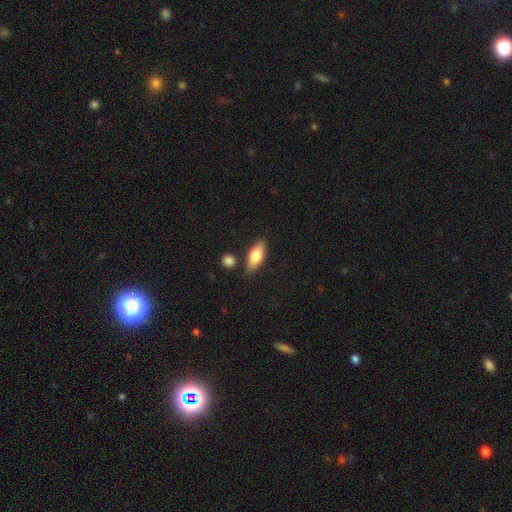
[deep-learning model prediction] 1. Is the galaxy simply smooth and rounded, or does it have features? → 74% smooth, 19% featured or disk, 6% star or artifact.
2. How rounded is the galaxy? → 74% in between, 23% cigar-shaped, 3% round.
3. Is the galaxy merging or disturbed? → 80% none, 11% minor disturbance, 6% merger, 3% major disturbance.